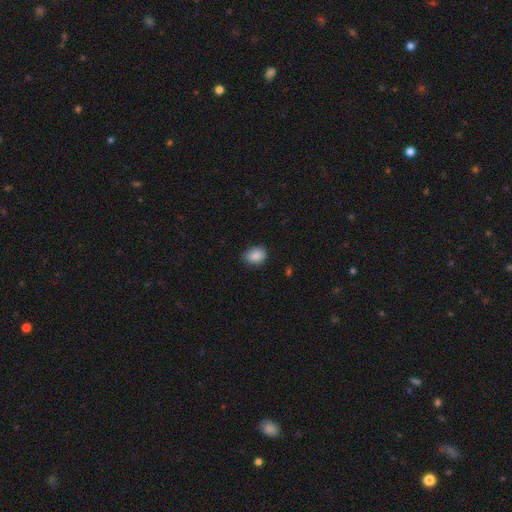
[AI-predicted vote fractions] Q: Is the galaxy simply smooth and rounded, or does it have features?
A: smooth — 86%.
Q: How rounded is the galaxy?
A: in between — 56%.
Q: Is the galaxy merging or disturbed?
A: none — 79%.